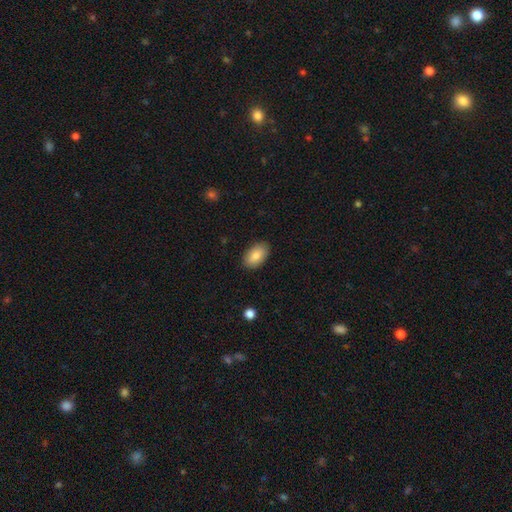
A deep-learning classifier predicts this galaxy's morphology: Q: Smooth or featured?
A: smooth (84%); runner-up: featured or disk (10%)
Q: How rounded?
A: in between (94%); runner-up: round (5%)
Q: Merging?
A: none (88%); runner-up: minor disturbance (9%)